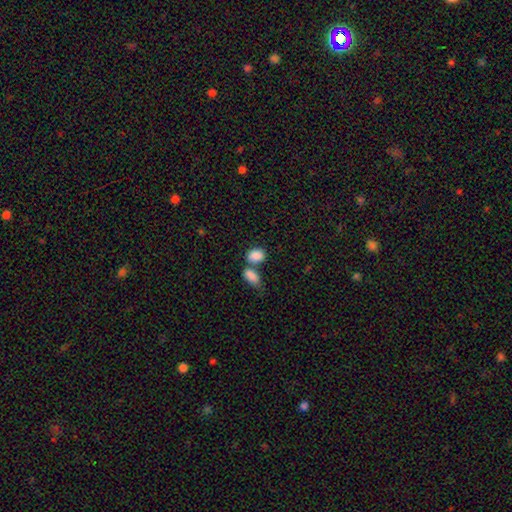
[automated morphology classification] smooth_or_featured: smooth (p=0.87) [alt: star or artifact p=0.08]
how_rounded: in between (p=0.84) [alt: round p=0.14]
merging: none (p=0.43) [alt: merger p=0.41]